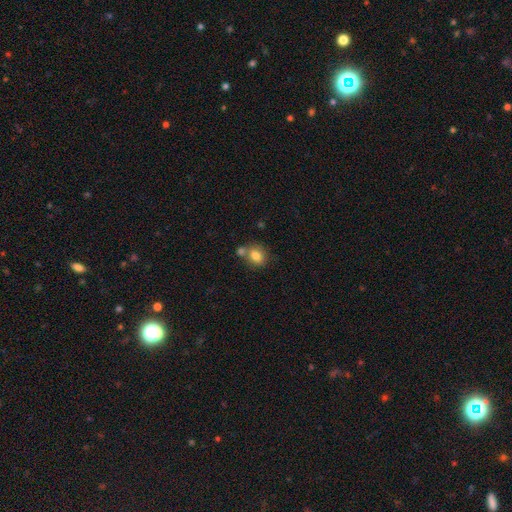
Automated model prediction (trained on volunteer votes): This appears to be a smooth galaxy with no disk features (82%) that is round (57%). Merging: none (55%).